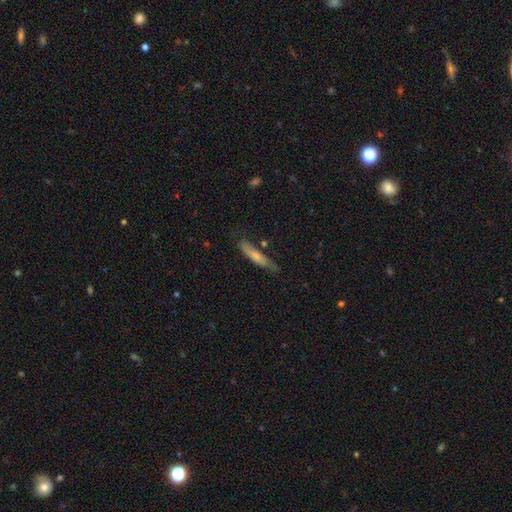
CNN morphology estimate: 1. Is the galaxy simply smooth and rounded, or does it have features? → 64% smooth, 30% featured or disk, 6% star or artifact.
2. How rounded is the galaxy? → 85% cigar-shaped, 14% in between, 2% round.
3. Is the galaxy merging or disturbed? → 70% none, 22% minor disturbance, 5% major disturbance, 4% merger.